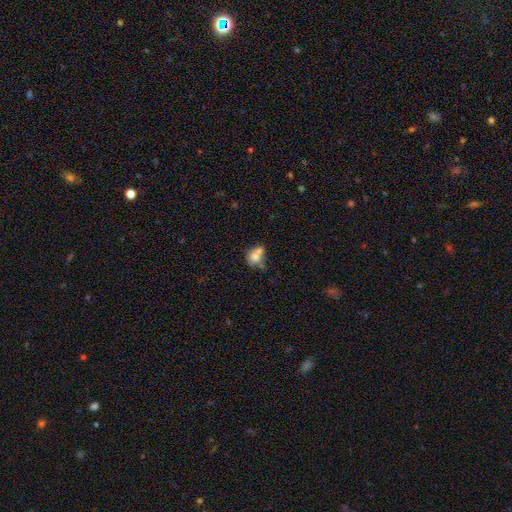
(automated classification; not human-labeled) Smooth or featured? Predicted: smooth (p=0.71). How rounded? Predicted: round (p=0.63). Merging? Predicted: merger (p=0.49).